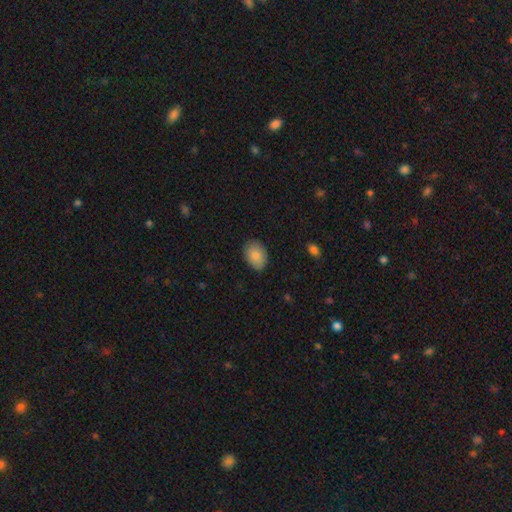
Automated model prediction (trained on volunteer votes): The model was most divided on "how rounded": in between: 78%, round: 21%, cigar-shaped: 1%. More confident: smooth or featured — smooth (85%); merging — none (83%).